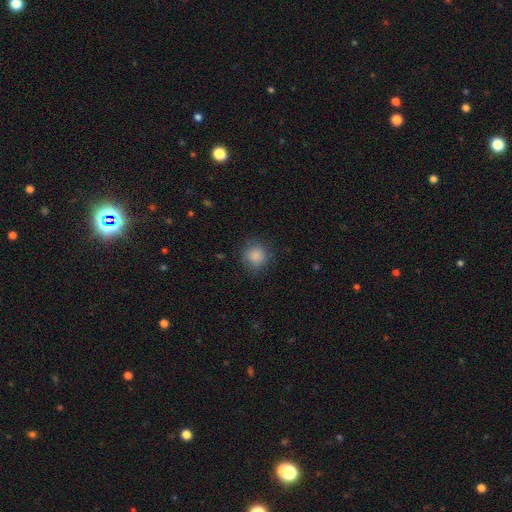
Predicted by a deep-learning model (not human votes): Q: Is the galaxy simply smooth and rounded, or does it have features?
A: smooth — 86%.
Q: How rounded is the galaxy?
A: round — 91%.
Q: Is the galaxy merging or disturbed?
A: none — 83%.